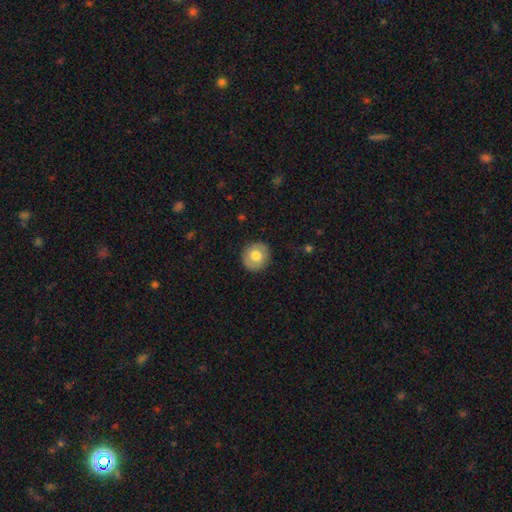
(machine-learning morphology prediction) type=smooth (74%); roundness=round (90%); merging=none (90%).